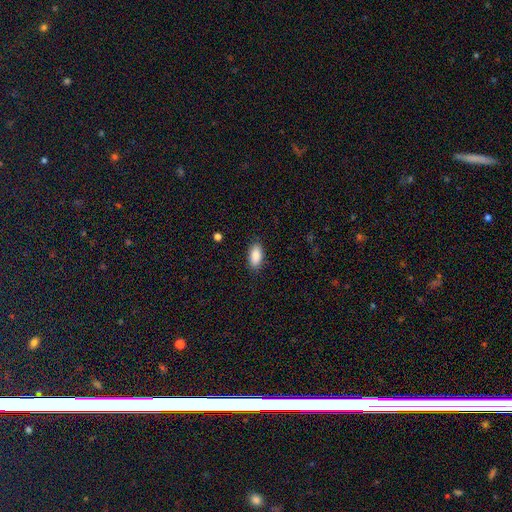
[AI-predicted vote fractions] A smooth galaxy with no disk features (89%) that is in between round and cigar-shaped (91%).

Vote fractions:
- Smooth or featured? smooth: 89% / star or artifact: 7% / featured or disk: 4%
- How rounded? in between: 91% / cigar-shaped: 6% / round: 2%
- Merging? none: 88% / minor disturbance: 9% / major disturbance: 2% / merger: 1%